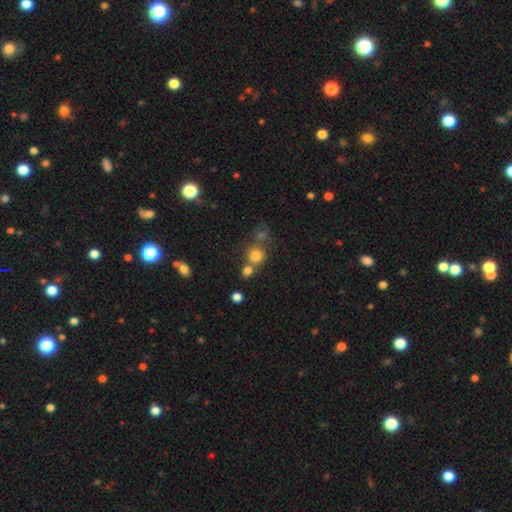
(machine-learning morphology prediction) Smooth or featured? smooth (76%)
How rounded? round (86%)
Merging? none (54%)